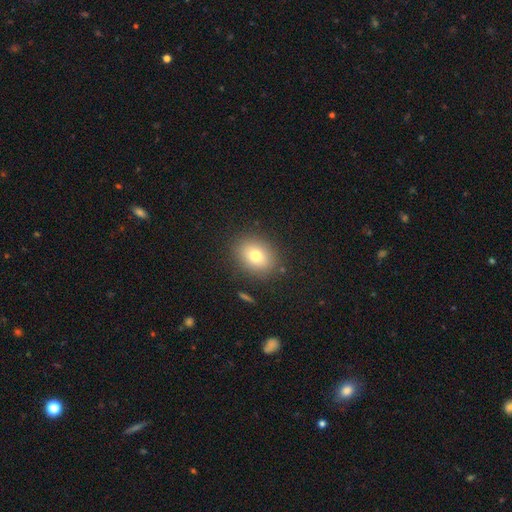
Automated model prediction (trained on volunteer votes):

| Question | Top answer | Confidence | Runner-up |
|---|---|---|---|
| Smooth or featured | smooth | 75% | featured or disk (13%) |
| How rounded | in between | 53% | round (46%) |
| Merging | none | 85% | minor disturbance (9%) |